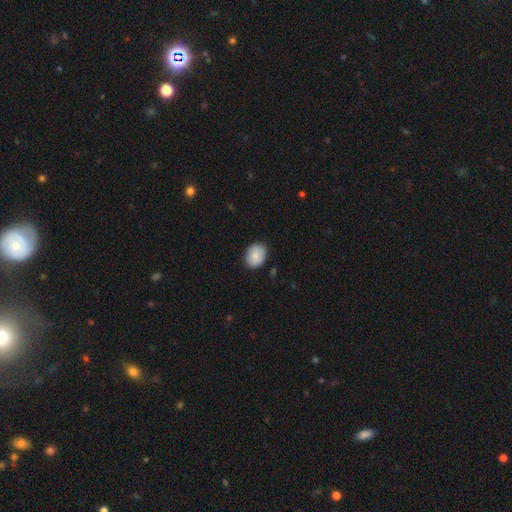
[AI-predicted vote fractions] smooth-or-featured: smooth: 86% | featured or disk: 8% | star or artifact: 7%
  how-rounded: in between: 66% | round: 33% | cigar-shaped: 1%
  merging: none: 86% | minor disturbance: 11% | major disturbance: 2% | merger: 1%